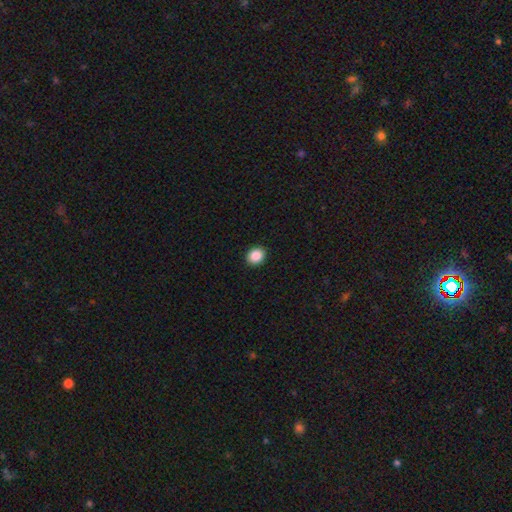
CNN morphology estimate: smooth-or-featured: smooth: 88% | star or artifact: 9% | featured or disk: 3%
  how-rounded: round: 65% | in between: 34% | cigar-shaped: 1%
  merging: none: 92% | minor disturbance: 5% | major disturbance: 2% | merger: 1%